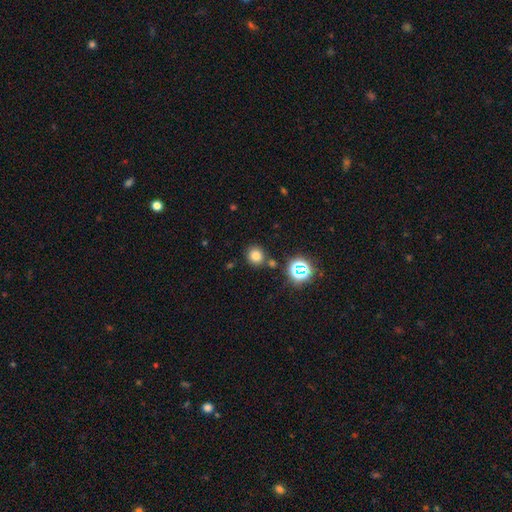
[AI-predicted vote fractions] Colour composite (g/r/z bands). It shows a smooth galaxy with no disk features (75%) that is round (89%). Merging: none (80%).